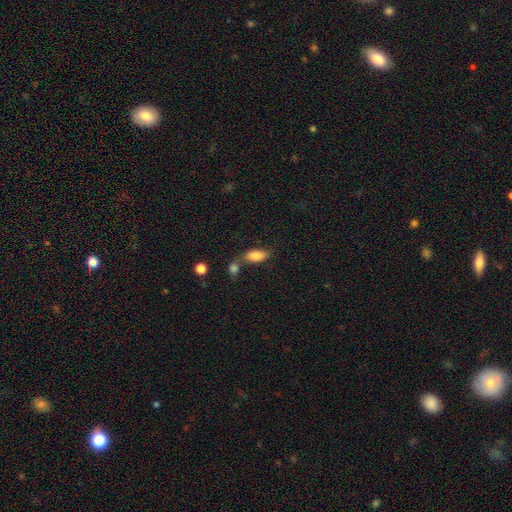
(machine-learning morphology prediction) Smooth or featured? smooth (81%)
How rounded? in between (88%)
Merging? none (42%)